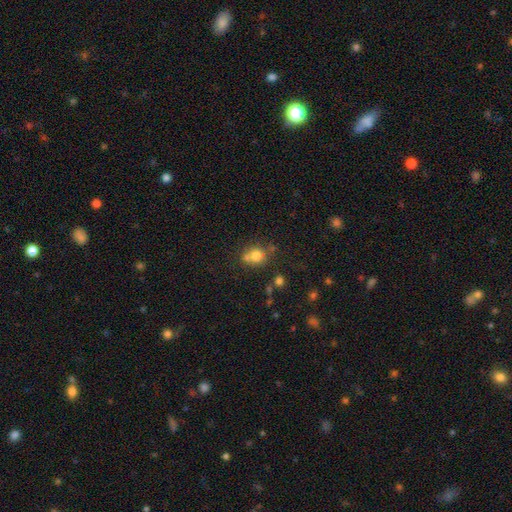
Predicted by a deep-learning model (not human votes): A smooth galaxy with no disk features (73%) that is round (78%). Merging: none (51%).